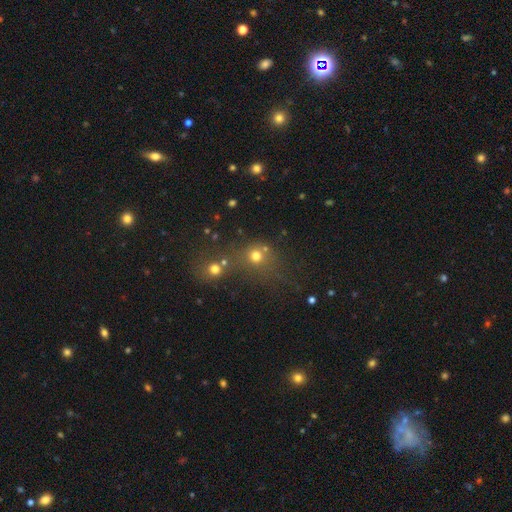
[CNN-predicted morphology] smooth-or-featured: smooth: 67% | star or artifact: 23% | featured or disk: 10%
  how-rounded: round: 84% | in between: 14% | cigar-shaped: 1%
  merging: none: 50% | merger: 33% | minor disturbance: 9% | major disturbance: 8%